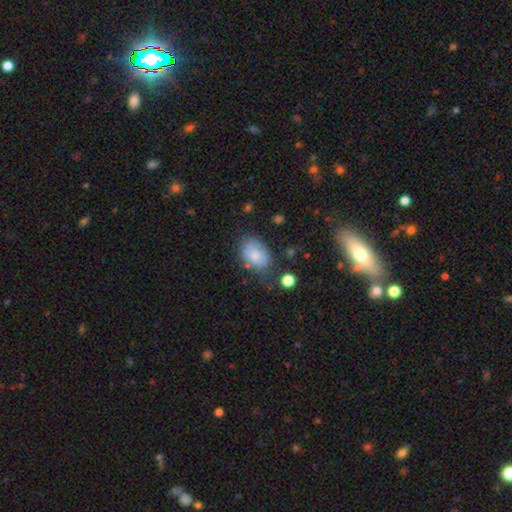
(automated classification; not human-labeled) Smooth or featured? Predicted: smooth (p=0.79). How rounded? Predicted: in between (p=0.82). Merging? Predicted: none (p=0.62).